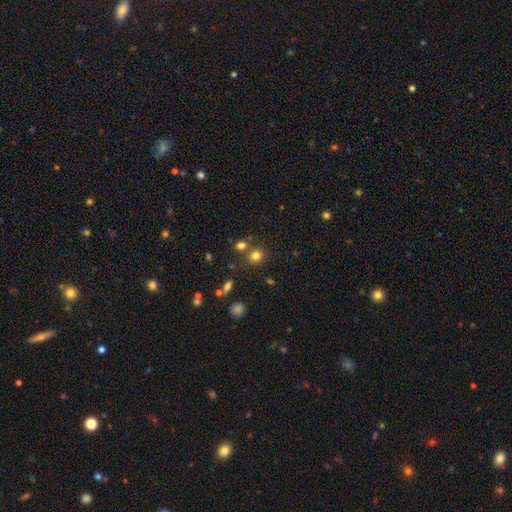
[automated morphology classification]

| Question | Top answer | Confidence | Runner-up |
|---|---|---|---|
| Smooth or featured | smooth | 78% | star or artifact (16%) |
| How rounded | round | 84% | in between (15%) |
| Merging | none | 70% | merger (17%) |